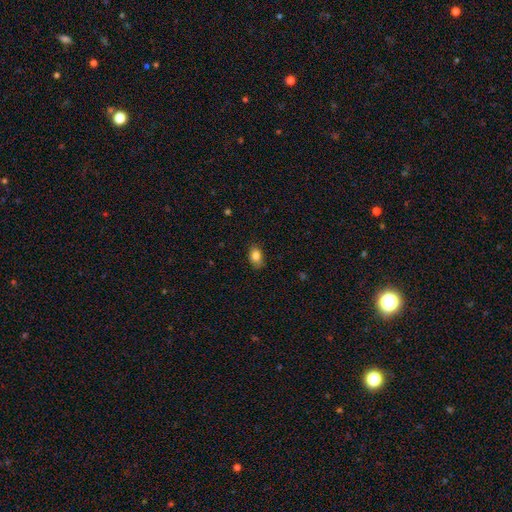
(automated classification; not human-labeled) Smooth or featured: smooth — 84% (star or artifact — 9%)
How rounded: in between — 79% (round — 19%)
Merging: none — 78% (minor disturbance — 17%)